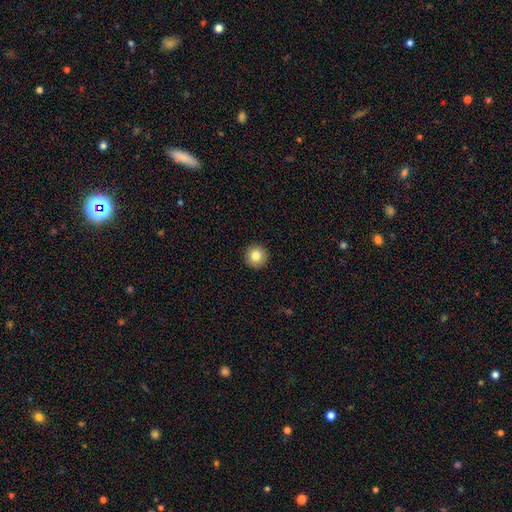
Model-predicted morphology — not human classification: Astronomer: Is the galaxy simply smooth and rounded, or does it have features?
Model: smooth — 82%.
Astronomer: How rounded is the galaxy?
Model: round — 96%.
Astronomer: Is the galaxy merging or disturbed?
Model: none — 93%.